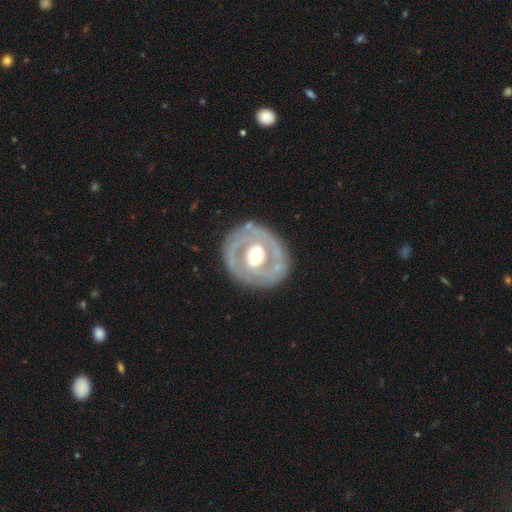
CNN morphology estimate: smooth_or_featured: featured or disk (p=0.75) [alt: smooth p=0.21]
disk_edge_on: no (p=0.97) [alt: yes p=0.03]
bar: no (p=0.56) [alt: weak p=0.28]
has_spiral_arms: no (p=0.53) [alt: yes p=0.47]
bulge_size: moderate (p=0.64) [alt: large p=0.27]
merging: none (p=0.77) [alt: minor disturbance p=0.14]